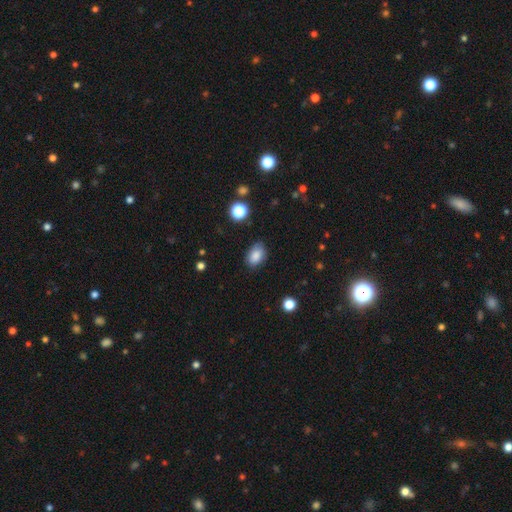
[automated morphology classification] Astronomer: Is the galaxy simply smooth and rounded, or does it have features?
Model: smooth — 85%.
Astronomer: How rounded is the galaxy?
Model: in between — 82%.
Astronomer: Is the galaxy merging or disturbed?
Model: none — 78%.